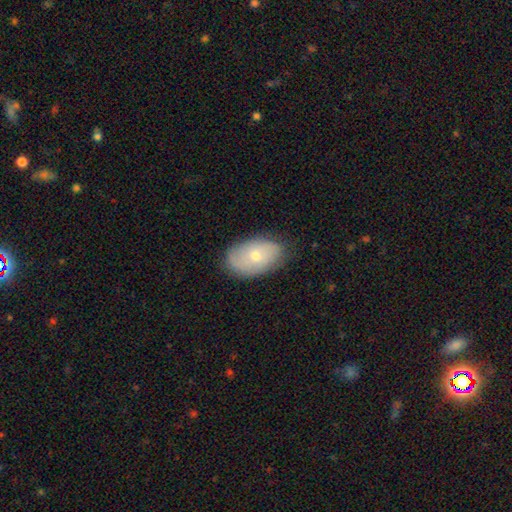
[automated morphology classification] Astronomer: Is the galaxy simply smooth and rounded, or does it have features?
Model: smooth — 56% (runner-up: featured or disk, 37%).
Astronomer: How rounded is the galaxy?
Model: in between — 90%.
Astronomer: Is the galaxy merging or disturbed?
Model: none — 77%.